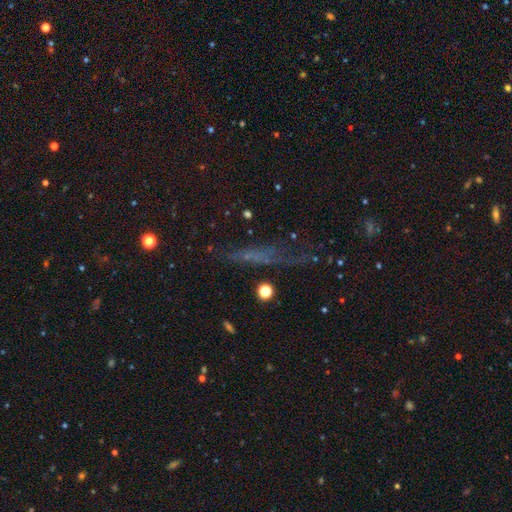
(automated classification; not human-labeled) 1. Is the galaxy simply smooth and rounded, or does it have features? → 39% smooth, 33% star or artifact, 28% featured or disk.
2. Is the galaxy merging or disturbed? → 61% none, 20% minor disturbance, 14% major disturbance, 5% merger.